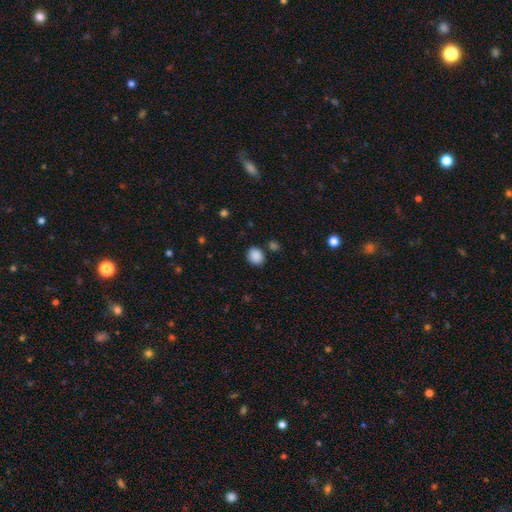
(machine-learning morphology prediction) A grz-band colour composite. It shows a smooth galaxy with no disk features (88%) that is round (58%). Merging: none (81%).